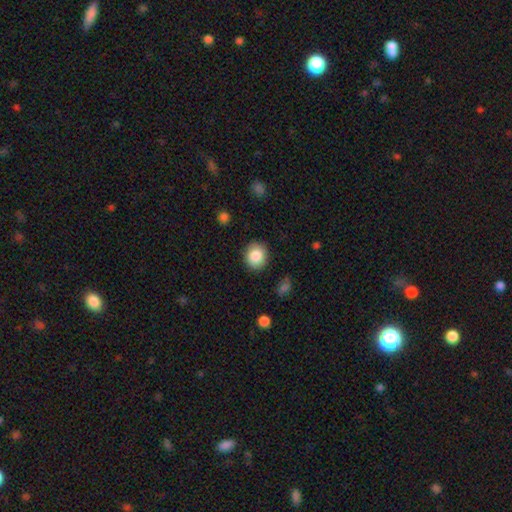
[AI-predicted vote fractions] A smooth galaxy with no disk features (86%) that is round (75%). Merging: none (88%).